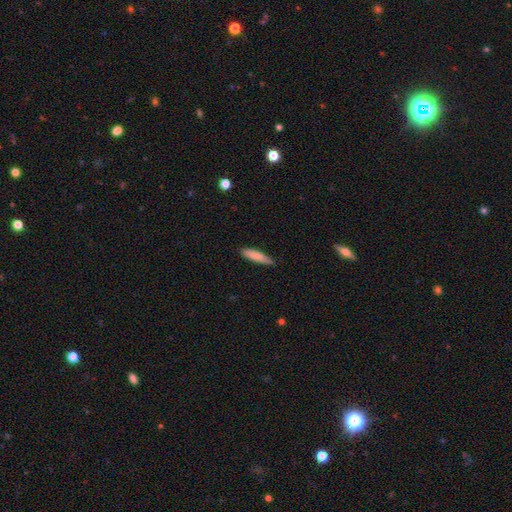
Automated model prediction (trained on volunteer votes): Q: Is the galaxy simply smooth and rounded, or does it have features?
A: smooth — 85%.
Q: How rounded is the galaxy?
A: cigar-shaped — 77%.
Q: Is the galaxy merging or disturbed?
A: none — 80%.